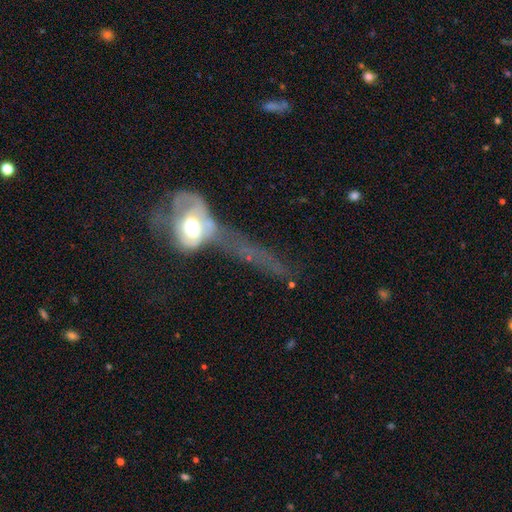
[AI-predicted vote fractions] Q: Smooth or featured?
A: featured or disk (48%); runner-up: smooth (31%)
Q: Merging?
A: merger (34%); runner-up: major disturbance (33%)